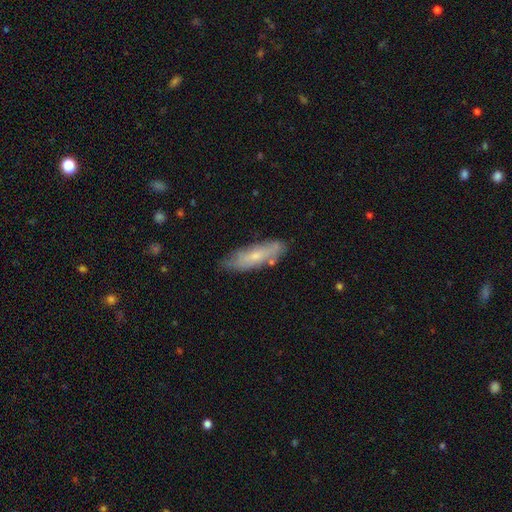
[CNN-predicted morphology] Smooth or featured? smooth (57%)
How rounded? cigar-shaped (53%)
Merging? none (71%)